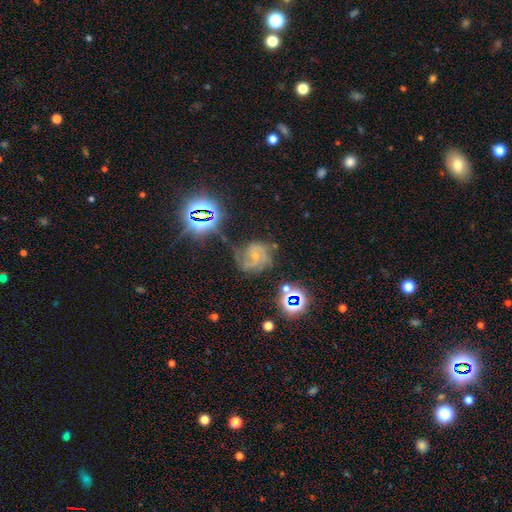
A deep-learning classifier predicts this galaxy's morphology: This is likely a featured or disk galaxy (68%). It is clearly not viewed edge-on (97%). Bar: possibly no (59%). Spiral arm pattern: clearly yes (93%). Spiral arm count: marginally 2 (45%). Spiral winding: possibly medium (49%). Central bulge: likely small (64%). Merging: possibly none (50%).